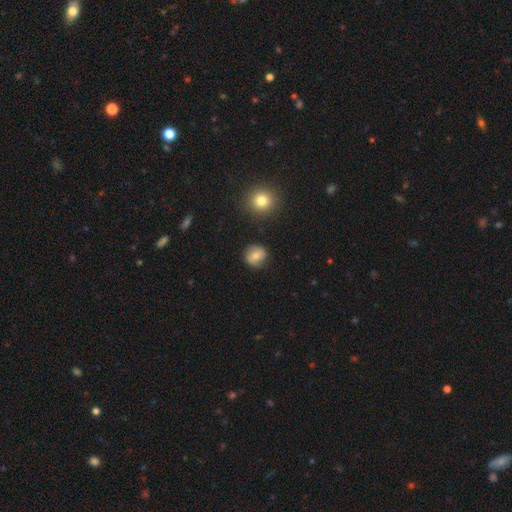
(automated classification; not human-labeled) Morphology: type=smooth (74%); roundness=round (85%); merging=none (85%).